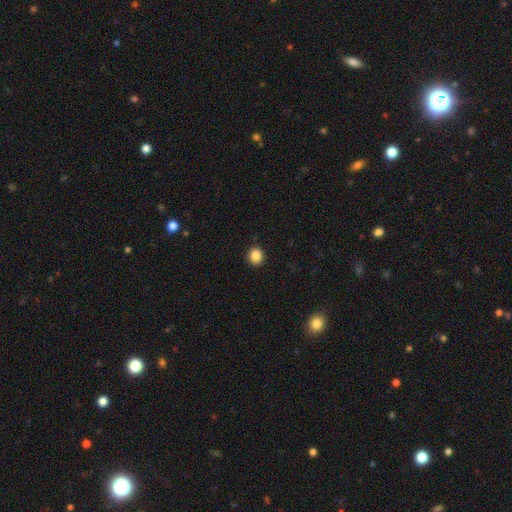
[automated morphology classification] smooth_or_featured: smooth (p=0.87) [alt: star or artifact p=0.10]
how_rounded: round (p=0.79) [alt: in between p=0.20]
merging: none (p=0.91) [alt: minor disturbance p=0.06]